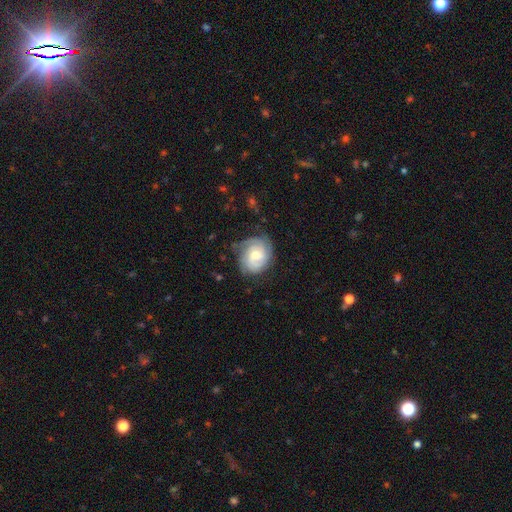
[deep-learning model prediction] featured or disk 69%, smooth 24%, star or artifact 7%. Down the decision tree: edge-on disk — no (98%); bar — no (62%); spiral arms — yes (92%); spiral arm count — can't tell (33%); spiral winding — tight (62%); bulge size — moderate (56%); merging — none (67%).